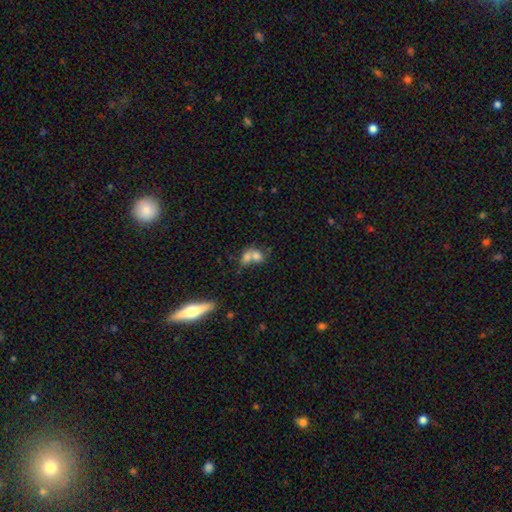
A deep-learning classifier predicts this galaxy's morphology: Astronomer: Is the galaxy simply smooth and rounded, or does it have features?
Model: smooth — 71%.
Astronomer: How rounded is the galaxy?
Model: in between — 52% (runner-up: round, 46%).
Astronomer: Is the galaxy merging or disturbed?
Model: merger — 67%.